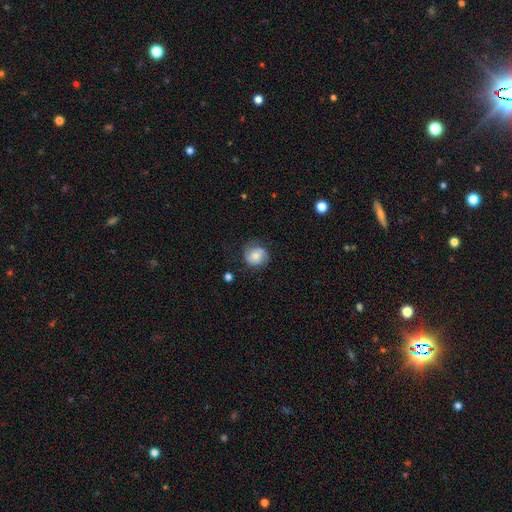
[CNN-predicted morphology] Q: Smooth or featured?
A: smooth (60%); runner-up: featured or disk (32%)
Q: How rounded?
A: round (85%); runner-up: in between (14%)
Q: Merging?
A: none (71%); runner-up: minor disturbance (20%)